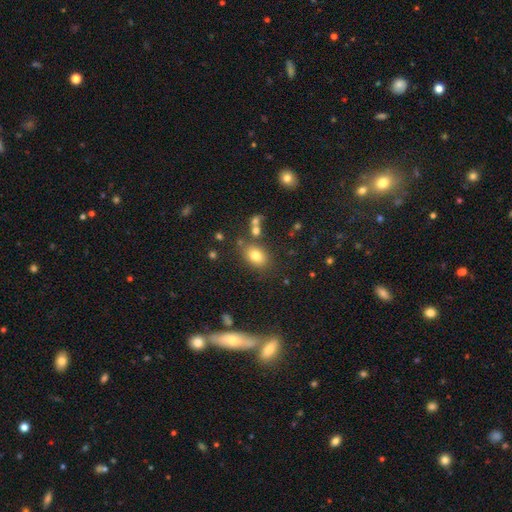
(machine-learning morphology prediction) Smooth or featured? Predicted: smooth (p=0.77). How rounded? Predicted: in between (p=0.75). Merging? Predicted: none (p=0.74).